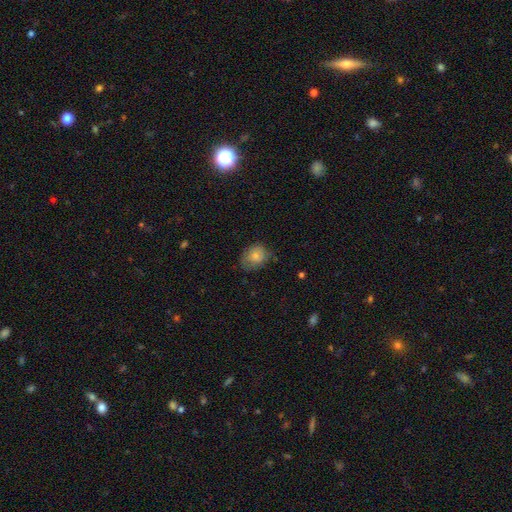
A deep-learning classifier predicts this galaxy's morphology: A smooth galaxy with no disk features (70%) that is round (53%).

Vote fractions:
- Smooth or featured? smooth: 70% / featured or disk: 18% / star or artifact: 12%
- How rounded? round: 53% / in between: 46% / cigar-shaped: 1%
- Merging? none: 67% / minor disturbance: 25% / major disturbance: 7% / merger: 1%